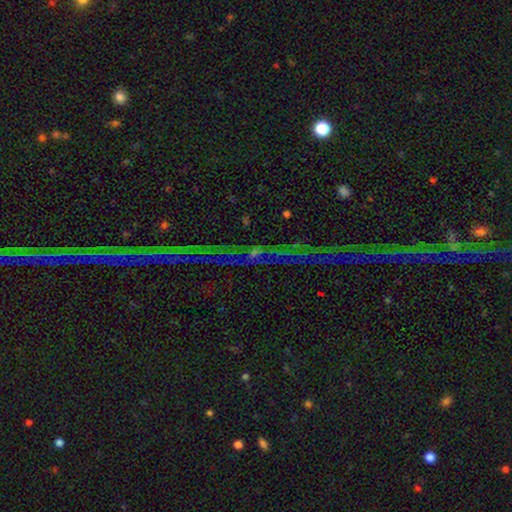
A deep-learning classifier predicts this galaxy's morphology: This appears to be a star or artifact, not a galaxy (82%).